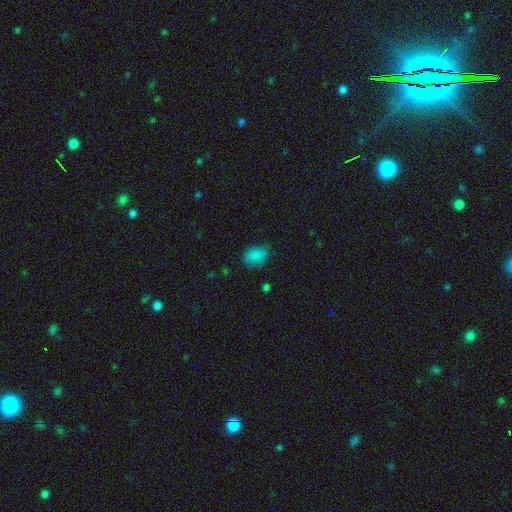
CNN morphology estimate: This appears to be a smooth galaxy with no disk features (84%) that is in between round and cigar-shaped (66%). Merging: none (75%).